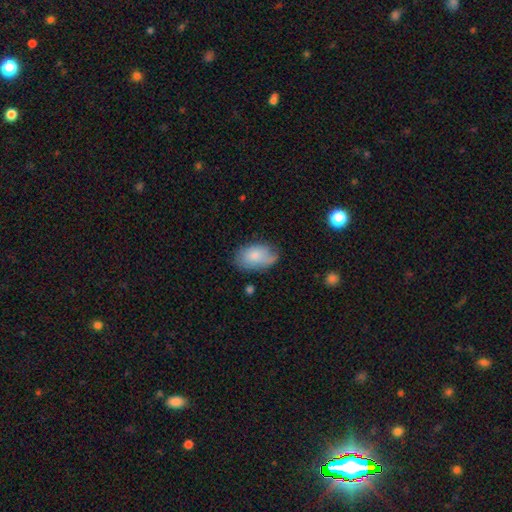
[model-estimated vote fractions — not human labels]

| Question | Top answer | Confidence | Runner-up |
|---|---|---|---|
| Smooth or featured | smooth | 77% | featured or disk (16%) |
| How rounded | in between | 92% | round (7%) |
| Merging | none | 62% | minor disturbance (28%) |